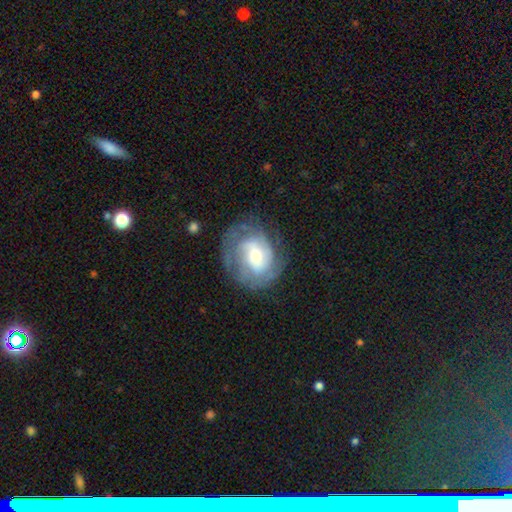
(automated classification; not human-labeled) Morphology: type=featured or disk (73%); edge-on=no (97%); bar=weak (44%); spiral arms=yes (88%); winding=tight (53%); arm count=2 (36%); bulge=moderate (51%); merging=none (68%).